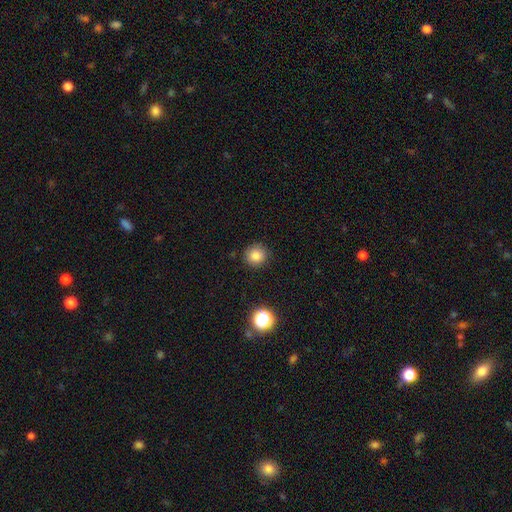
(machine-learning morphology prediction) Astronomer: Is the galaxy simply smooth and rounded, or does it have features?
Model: smooth — 83%.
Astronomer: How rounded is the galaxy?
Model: round — 92%.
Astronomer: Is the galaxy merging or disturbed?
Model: none — 89%.